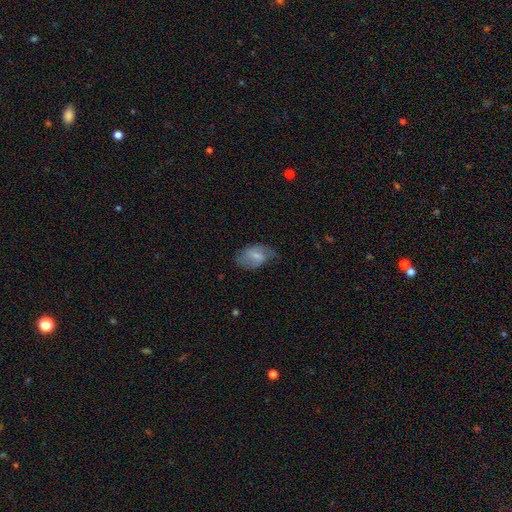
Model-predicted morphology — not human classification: A smooth galaxy with no disk features (53%) that is in between round and cigar-shaped (89%).

Vote fractions:
- Smooth or featured? smooth: 53% / featured or disk: 40% / star or artifact: 7%
- How rounded? in between: 89% / round: 9% / cigar-shaped: 2%
- Merging? none: 52% / minor disturbance: 32% / major disturbance: 15% / merger: 2%